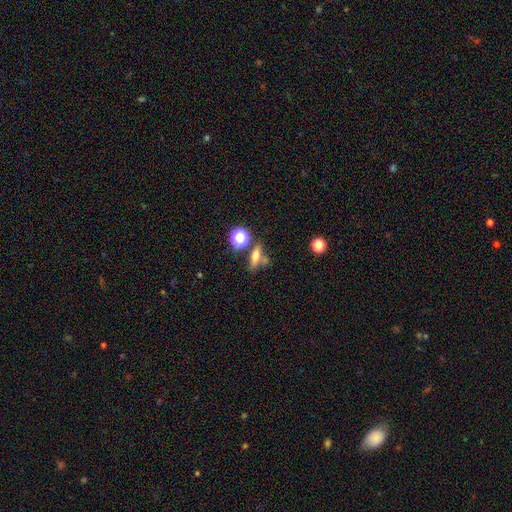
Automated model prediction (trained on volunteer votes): Smooth or featured: smooth — 54% (featured or disk — 30%)
How rounded: in between — 43% (cigar-shaped — 41%)
Merging: none — 59% (merger — 18%)